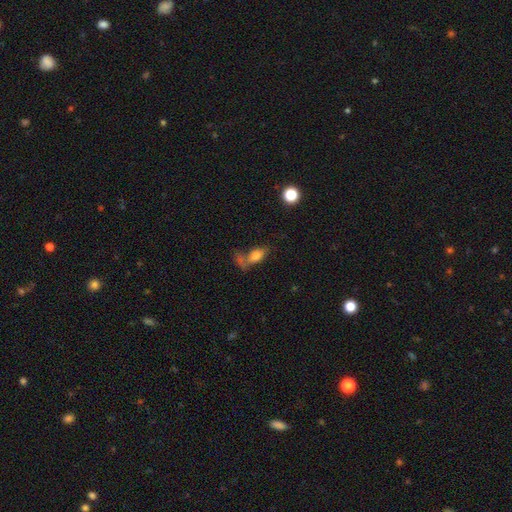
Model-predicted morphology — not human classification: smooth_or_featured: smooth (p=0.74) [alt: featured or disk p=0.14]
how_rounded: in between (p=0.85) [alt: cigar-shaped p=0.08]
merging: merger (p=0.37) [alt: none p=0.36]